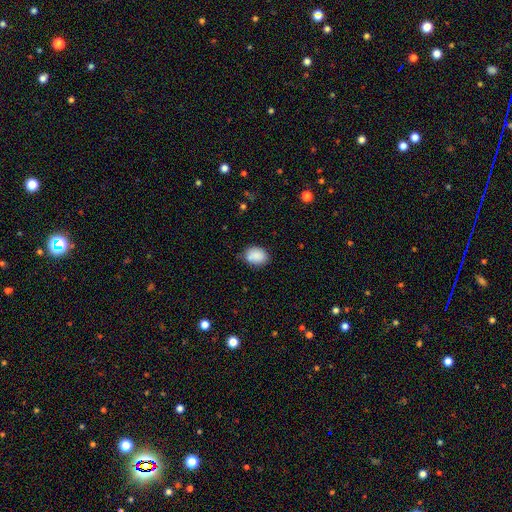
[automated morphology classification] type=smooth (87%); roundness=in between (70%); merging=none (72%).